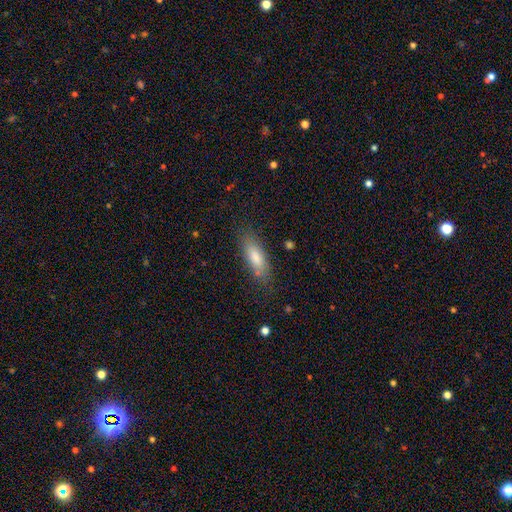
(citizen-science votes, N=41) smooth_or_featured: smooth (p=0.78) [alt: featured or disk p=0.22]
how_rounded: in between (p=0.50) [alt: cigar-shaped p=0.47]
merging: none (p=0.93) [alt: minor disturbance p=0.02]